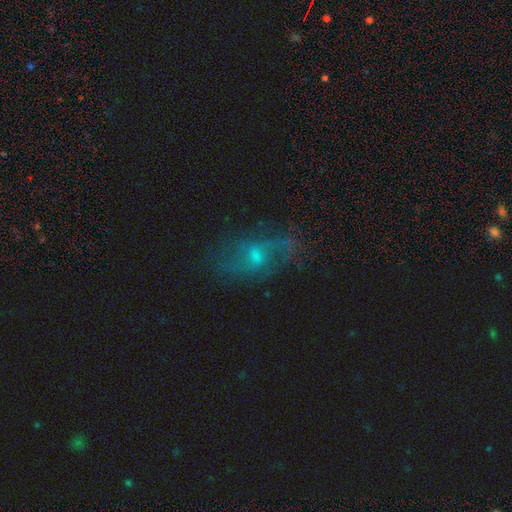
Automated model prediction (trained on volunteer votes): featured or disk 56%, smooth 24%, star or artifact 20%. Down the decision tree: edge-on disk — no (90%); bar — no (67%); spiral arms — yes (69%); bulge size — small (53%); merging — none (67%).